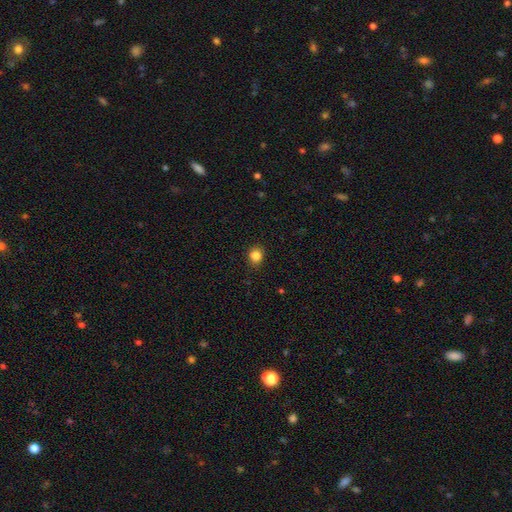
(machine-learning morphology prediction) Smooth or featured? smooth (85%)
How rounded? round (75%)
Merging? none (87%)